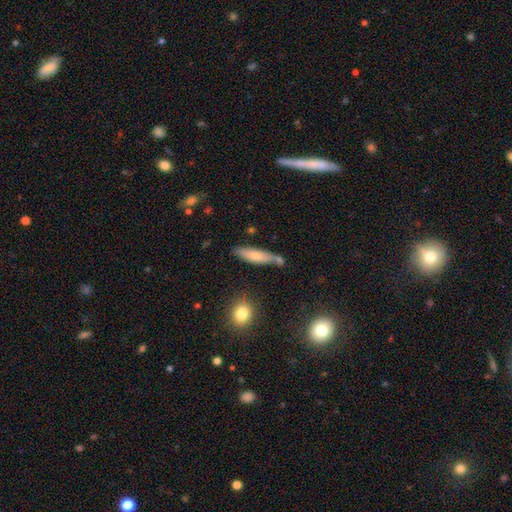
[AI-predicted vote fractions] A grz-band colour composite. It shows a smooth galaxy with no disk features (71%) that is cigar-shaped (66%). Merging: none (63%).